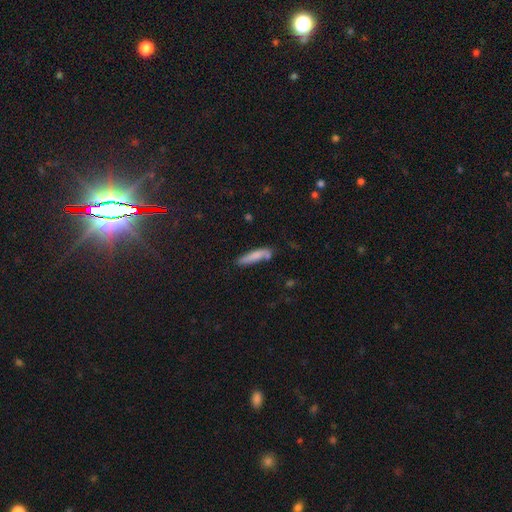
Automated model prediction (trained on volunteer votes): Smooth or featured? smooth (76%)
How rounded? cigar-shaped (84%)
Merging? none (67%)